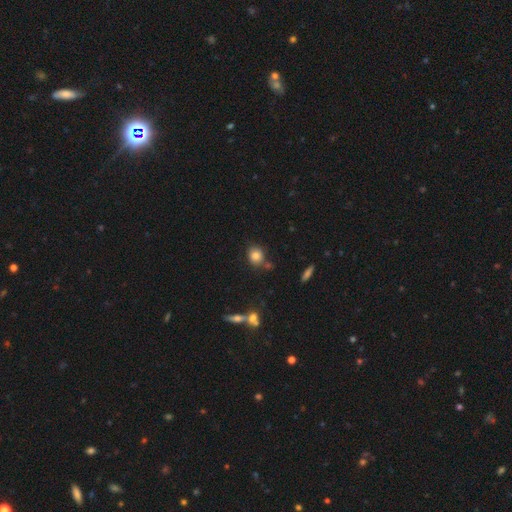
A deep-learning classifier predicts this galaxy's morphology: A smooth galaxy with no disk features (81%) that is round (69%). Merging: none (73%).